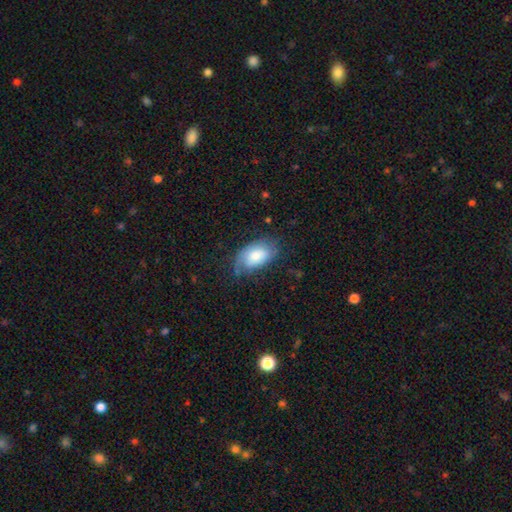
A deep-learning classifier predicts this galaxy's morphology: type=smooth (67%); roundness=in between (93%); merging=none (59%).